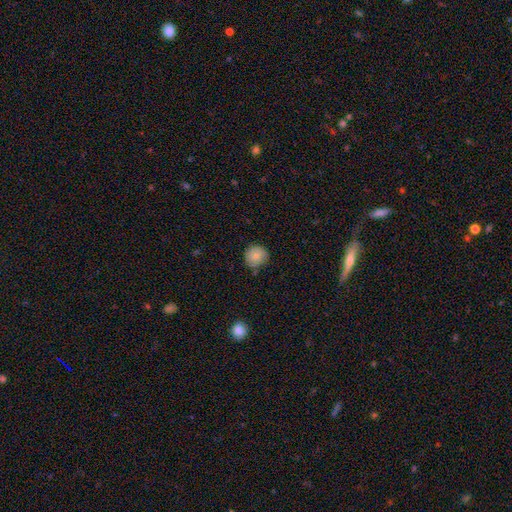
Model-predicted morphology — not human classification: Q: Smooth or featured?
A: smooth (77%); runner-up: featured or disk (14%)
Q: How rounded?
A: round (89%); runner-up: in between (10%)
Q: Merging?
A: none (77%); runner-up: minor disturbance (18%)